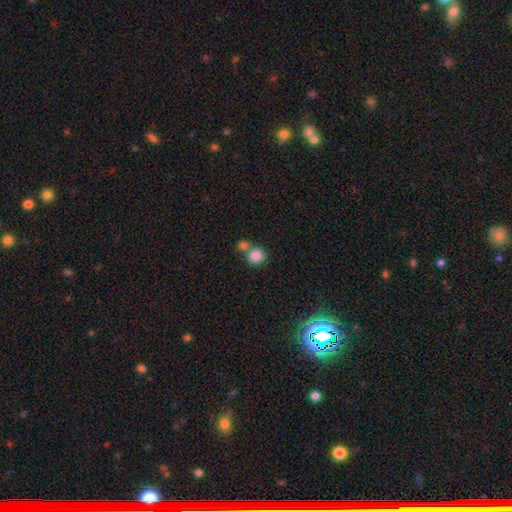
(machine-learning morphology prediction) type=smooth (85%); roundness=round (91%); merging=none (53%).